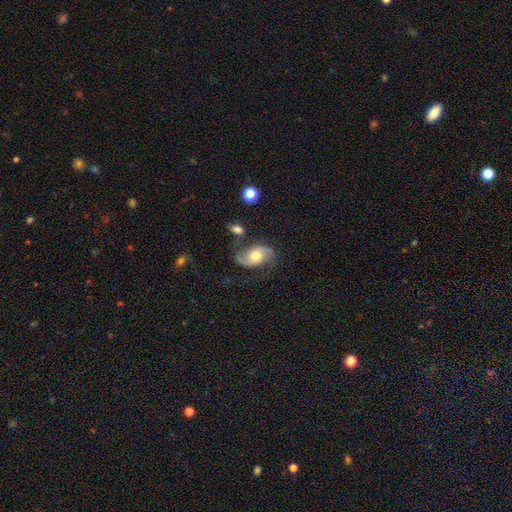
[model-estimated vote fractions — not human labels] Smooth or featured? featured or disk (79%)
Edge-on disk? no (97%)
Bar? no (64%)
Spiral arms? yes (95%)
Spiral winding? loose (48%)
Spiral arm count? 2 (92%)
Bulge size? moderate (65%)
Merging? none (67%)